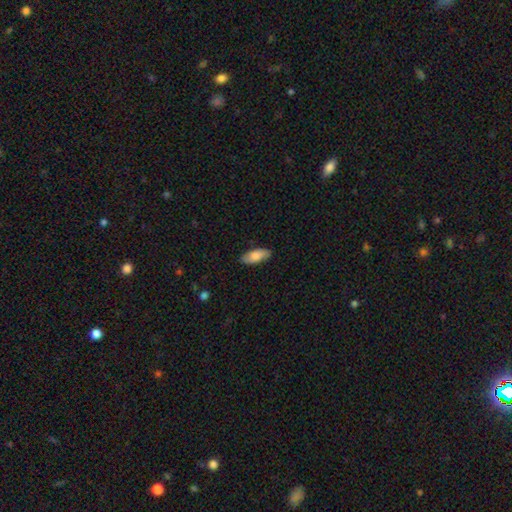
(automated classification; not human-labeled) This appears to be a smooth galaxy with no disk features (81%) that is in between round and cigar-shaped (79%). Merging: none (86%).